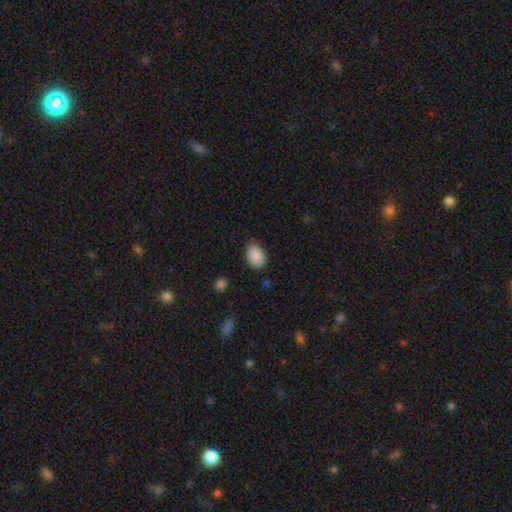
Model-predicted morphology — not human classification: Q: Smooth or featured?
A: smooth (90%); runner-up: star or artifact (7%)
Q: How rounded?
A: in between (86%); runner-up: round (12%)
Q: Merging?
A: none (80%); runner-up: minor disturbance (15%)